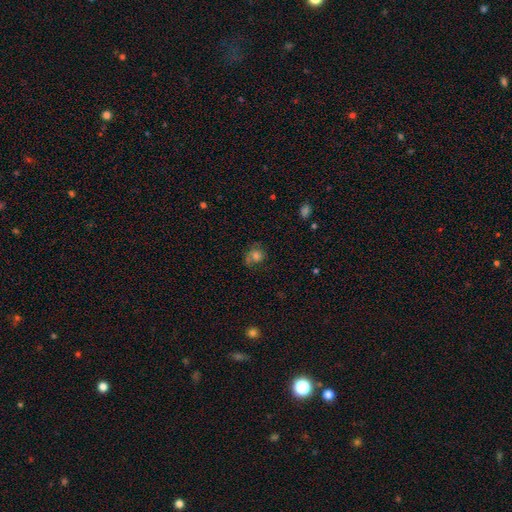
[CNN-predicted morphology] Q: Smooth or featured?
A: smooth (60%); runner-up: featured or disk (26%)
Q: How rounded?
A: round (67%); runner-up: in between (32%)
Q: Merging?
A: none (53%); runner-up: minor disturbance (24%)